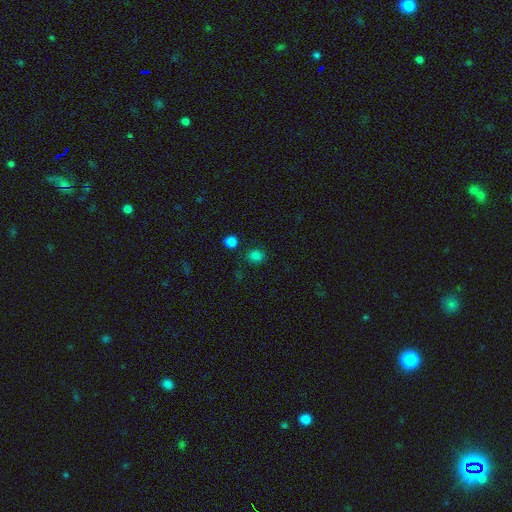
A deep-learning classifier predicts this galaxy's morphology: Smooth or featured: smooth — 80% (star or artifact — 16%)
How rounded: round — 62% (in between — 37%)
Merging: none — 79% (minor disturbance — 11%)